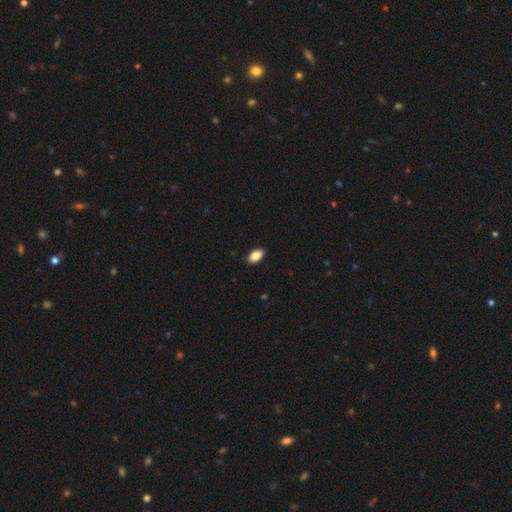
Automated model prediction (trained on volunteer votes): Smooth or featured: smooth — 86% (star or artifact — 7%)
How rounded: in between — 92% (round — 5%)
Merging: none — 88% (minor disturbance — 9%)